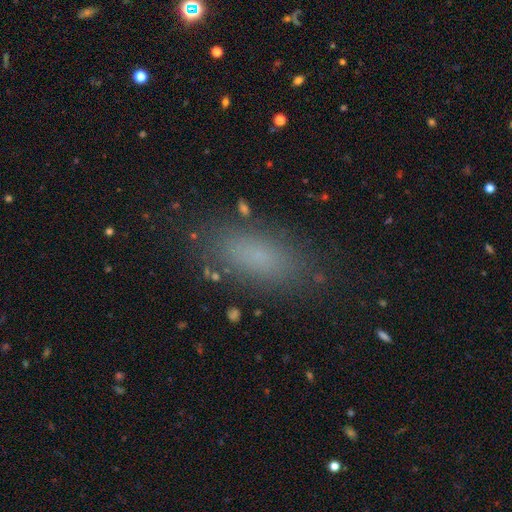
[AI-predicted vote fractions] smooth-or-featured: smooth: 76% | star or artifact: 14% | featured or disk: 11%
  how-rounded: in between: 81% | cigar-shaped: 15% | round: 4%
  merging: none: 83% | minor disturbance: 11% | major disturbance: 4% | merger: 2%